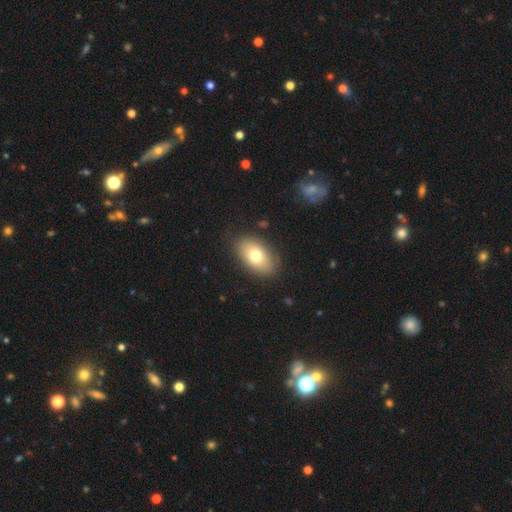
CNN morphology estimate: Q: Smooth or featured?
A: smooth (74%); runner-up: featured or disk (17%)
Q: How rounded?
A: in between (91%); runner-up: round (8%)
Q: Merging?
A: none (85%); runner-up: minor disturbance (11%)